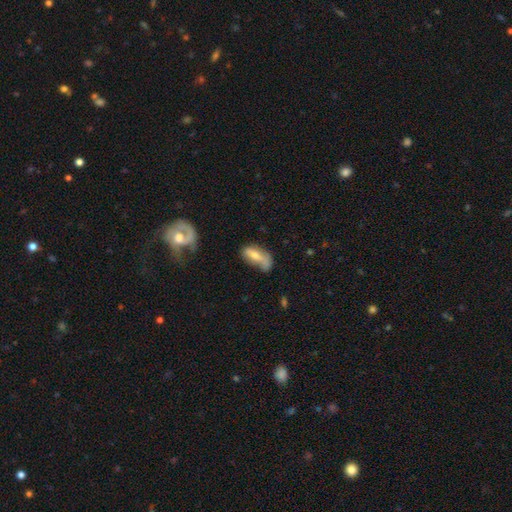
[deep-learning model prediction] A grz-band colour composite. It shows a smooth galaxy with no disk features (58%) that is in between round and cigar-shaped (80%). Merging: none (36%).